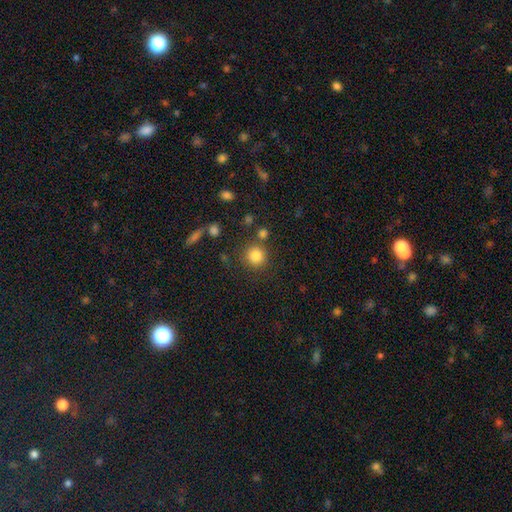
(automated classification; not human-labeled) smooth_or_featured: smooth (p=0.83) [alt: star or artifact p=0.11]
how_rounded: round (p=0.92) [alt: in between p=0.07]
merging: none (p=0.79) [alt: minor disturbance p=0.09]